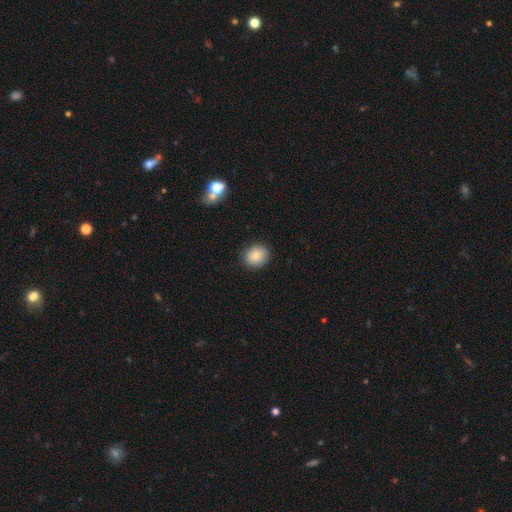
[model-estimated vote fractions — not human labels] Smooth or featured? Predicted: smooth (p=0.85). How rounded? Predicted: round (p=0.65). Merging? Predicted: none (p=0.87).